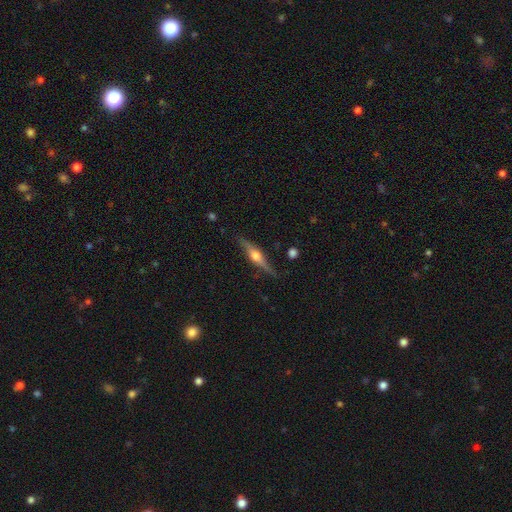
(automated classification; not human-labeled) Morphology: type=featured or disk (73%); edge-on=yes (96%); edge-on bulge=rounded (93%); merging=none (83%).